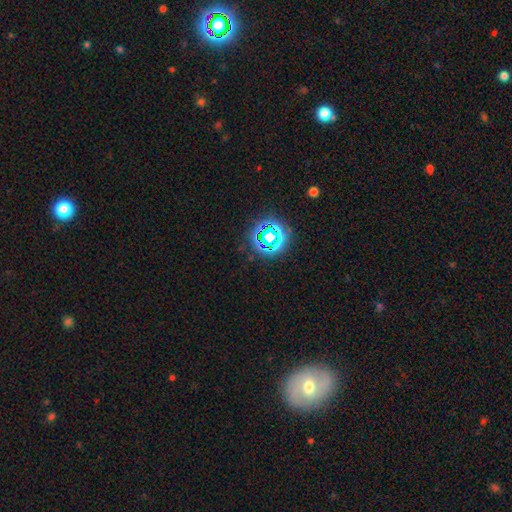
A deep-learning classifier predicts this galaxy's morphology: Smooth or featured? star or artifact (56%)